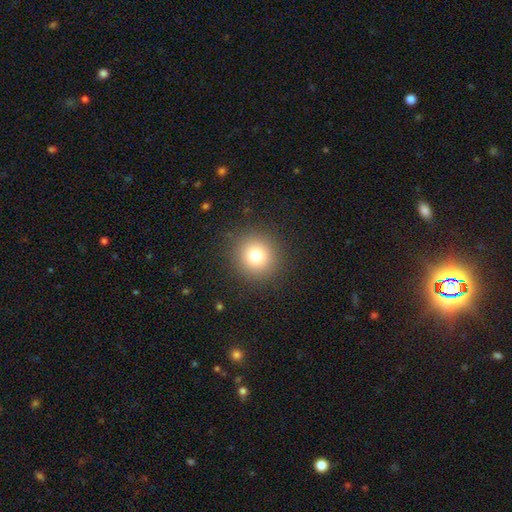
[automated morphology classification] Overall: smooth (77%). How rounded: round (92%). Merging: none (90%).